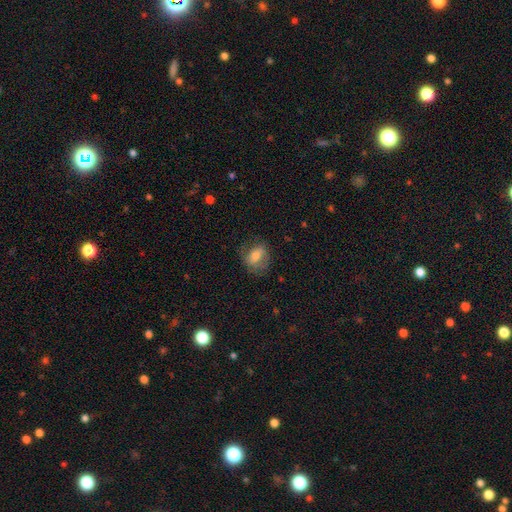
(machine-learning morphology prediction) Smooth or featured: smooth — 58% (featured or disk — 33%)
How rounded: in between — 54% (round — 44%)
Merging: none — 63% (minor disturbance — 22%)